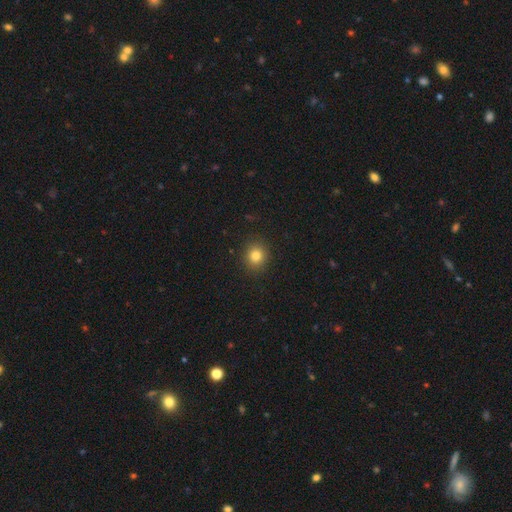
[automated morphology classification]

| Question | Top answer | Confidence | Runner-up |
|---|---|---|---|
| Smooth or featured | smooth | 81% | star or artifact (12%) |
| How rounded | round | 84% | in between (15%) |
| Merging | none | 90% | minor disturbance (6%) |